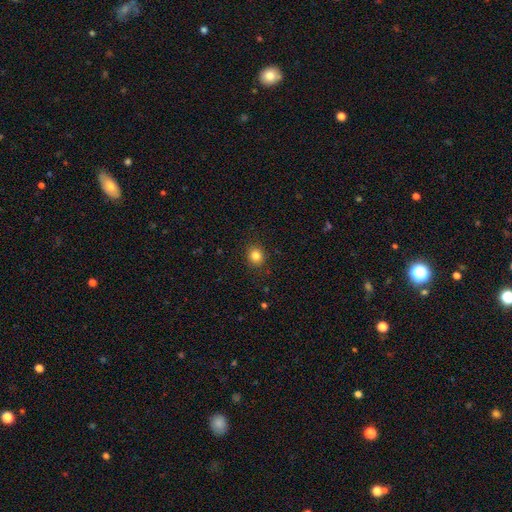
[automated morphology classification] A smooth galaxy with no disk features (83%) that is round (79%).

Vote fractions:
- Smooth or featured? smooth: 83% / star or artifact: 12% / featured or disk: 5%
- How rounded? round: 79% / in between: 20% / cigar-shaped: 1%
- Merging? none: 90% / minor disturbance: 7% / major disturbance: 2% / merger: 1%